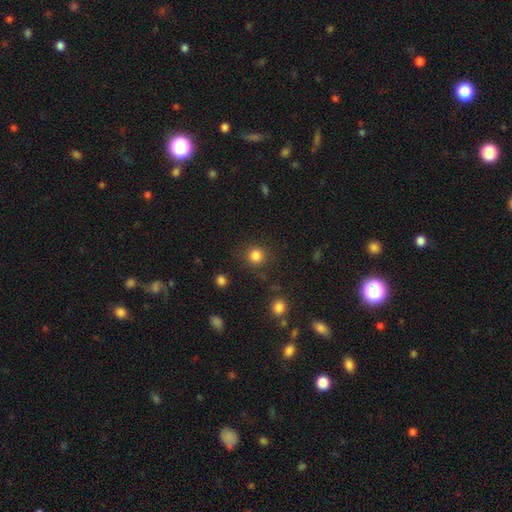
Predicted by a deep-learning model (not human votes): Smooth or featured?
  - smooth: 84% *
  - star or artifact: 12%
  - featured or disk: 4%
How rounded?
  - round: 92% *
  - in between: 7%
  - cigar-shaped: 1%
Merging?
  - none: 86% *
  - minor disturbance: 8%
  - major disturbance: 4%
  - merger: 3%